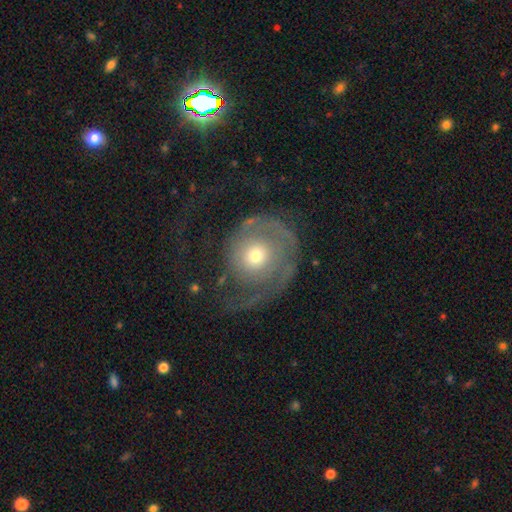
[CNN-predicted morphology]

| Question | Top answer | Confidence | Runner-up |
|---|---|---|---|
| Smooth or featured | featured or disk | 66% | smooth (26%) |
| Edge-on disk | no | 97% | yes (3%) |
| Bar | no | 84% | weak (13%) |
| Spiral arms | yes | 76% | no (24%) |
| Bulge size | moderate | 49% | small (43%) |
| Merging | none | 42% | major disturbance (39%) |